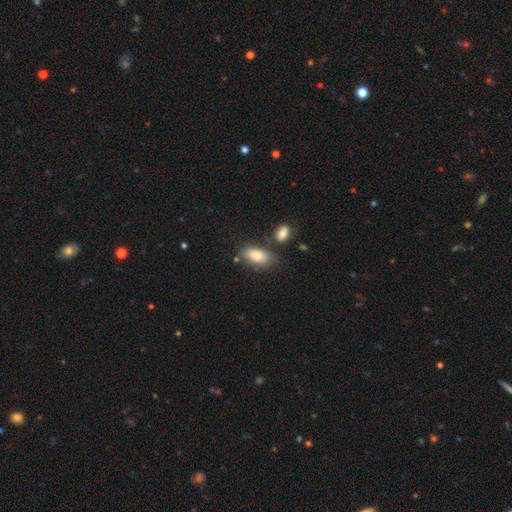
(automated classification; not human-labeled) Morphology: type=smooth (80%); roundness=in between (90%); merging=none (70%).